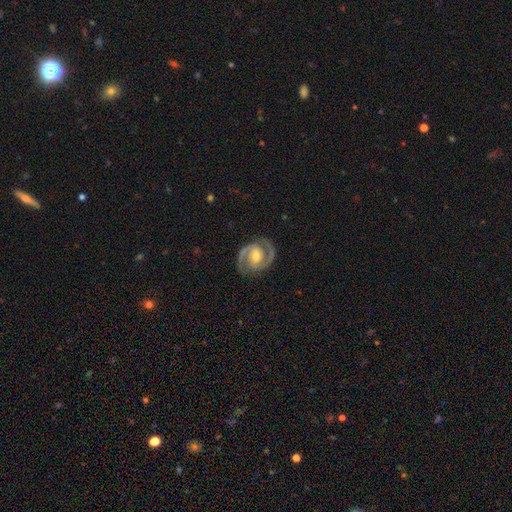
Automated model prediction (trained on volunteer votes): Smooth or featured? Predicted: featured or disk (p=0.91). Edge-on disk? Predicted: no (p=0.98). Bar? Predicted: weak (p=0.43). Spiral arms? Predicted: yes (p=0.98). Spiral winding? Predicted: medium (p=0.54). Spiral arm count? Predicted: 2 (p=0.94). Bulge size? Predicted: moderate (p=0.55). Merging? Predicted: none (p=0.84).